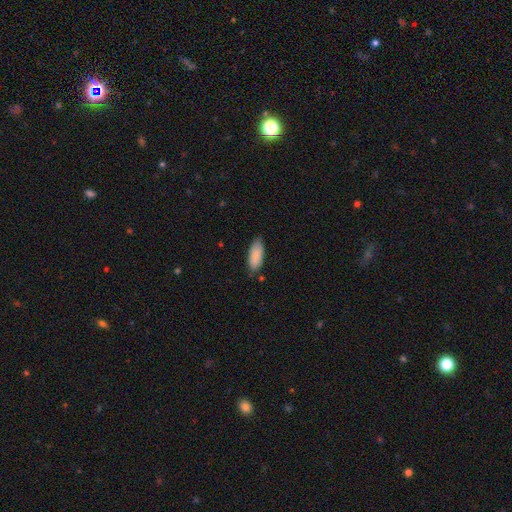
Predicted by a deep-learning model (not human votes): Smooth or featured?
  - smooth: 88% *
  - featured or disk: 6%
  - star or artifact: 6%
How rounded?
  - in between: 81% *
  - cigar-shaped: 17%
  - round: 2%
Merging?
  - none: 77% *
  - minor disturbance: 18%
  - major disturbance: 3%
  - merger: 2%